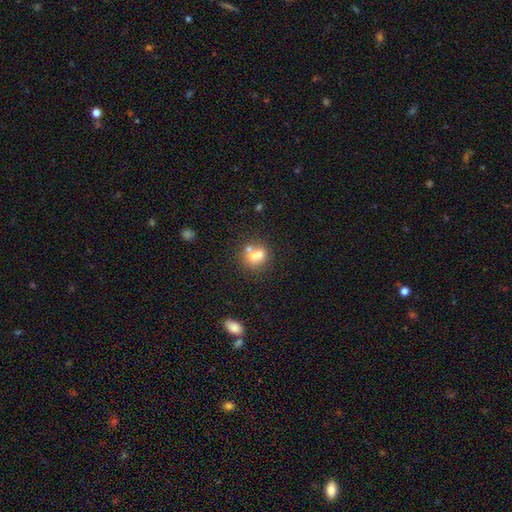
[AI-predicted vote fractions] This appears to be a smooth galaxy with no disk features (63%) that is round (72%). Merging: merger (50%).